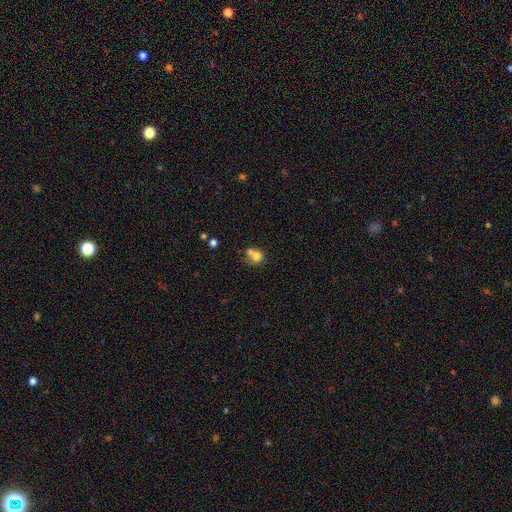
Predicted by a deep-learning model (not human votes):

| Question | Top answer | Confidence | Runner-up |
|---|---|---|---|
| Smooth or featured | smooth | 74% | featured or disk (14%) |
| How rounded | round | 75% | in between (24%) |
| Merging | merger | 47% | none (37%) |